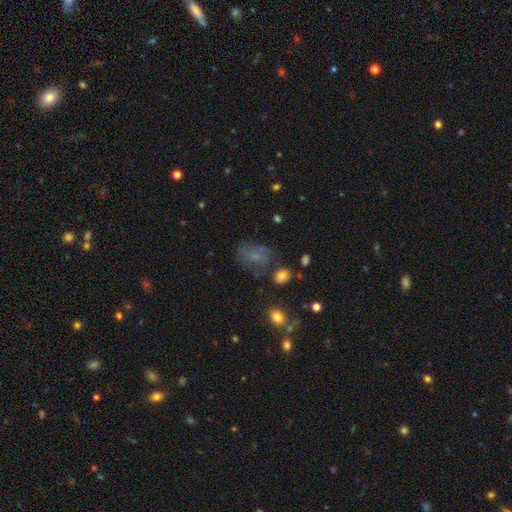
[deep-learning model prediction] This is possibly a smooth galaxy (54%). How rounded: likely in between (76%). Merging: possibly none (54%).